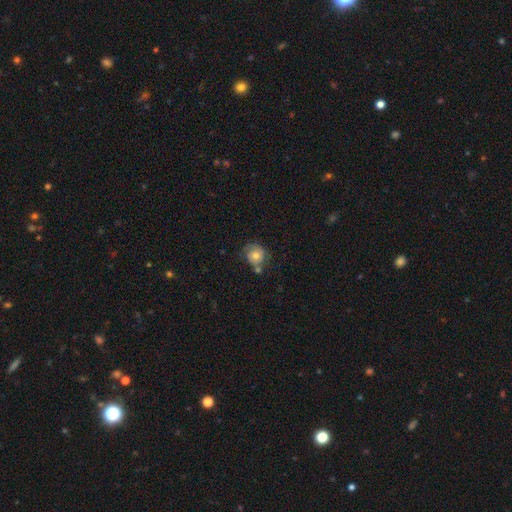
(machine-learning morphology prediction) Smooth or featured? Predicted: smooth (p=0.68). How rounded? Predicted: round (p=0.81). Merging? Predicted: none (p=0.53).